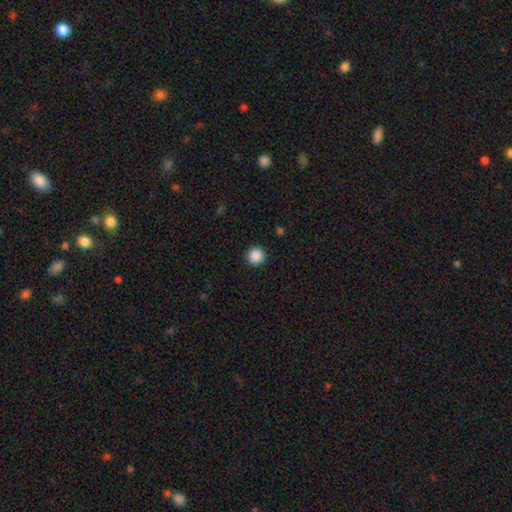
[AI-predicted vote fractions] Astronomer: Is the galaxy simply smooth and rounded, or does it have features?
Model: smooth — 88%.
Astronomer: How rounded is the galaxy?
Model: round — 96%.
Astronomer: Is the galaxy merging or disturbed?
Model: none — 93%.